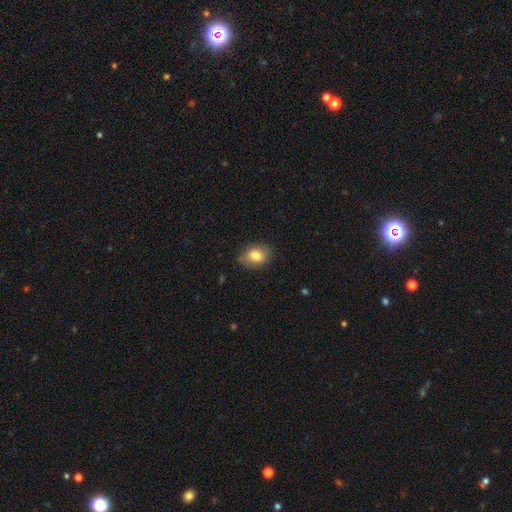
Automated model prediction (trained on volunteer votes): Overall: smooth (81%). How rounded: in between (72%). Merging: none (74%).